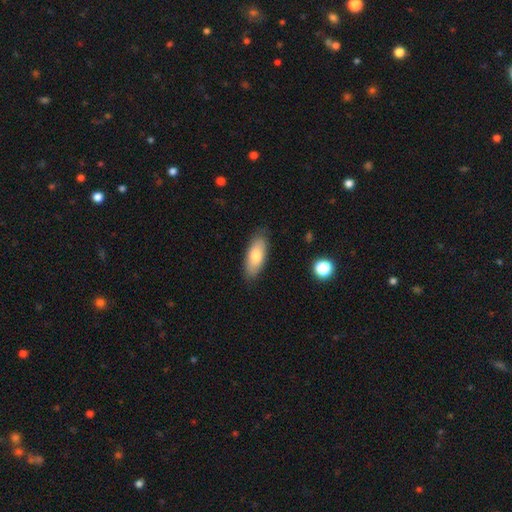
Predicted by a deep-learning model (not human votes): smooth-or-featured: smooth: 77% | featured or disk: 17% | star or artifact: 6%
  how-rounded: in between: 79% | cigar-shaped: 19% | round: 2%
  merging: none: 83% | minor disturbance: 13% | major disturbance: 3% | merger: 1%